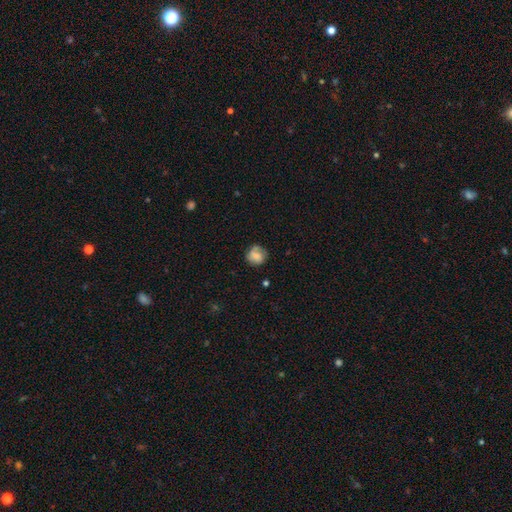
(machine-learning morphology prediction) smooth-or-featured: smooth: 63% | featured or disk: 28% | star or artifact: 9%
  how-rounded: round: 83% | in between: 16% | cigar-shaped: 1%
  merging: none: 66% | minor disturbance: 22% | major disturbance: 8% | merger: 4%